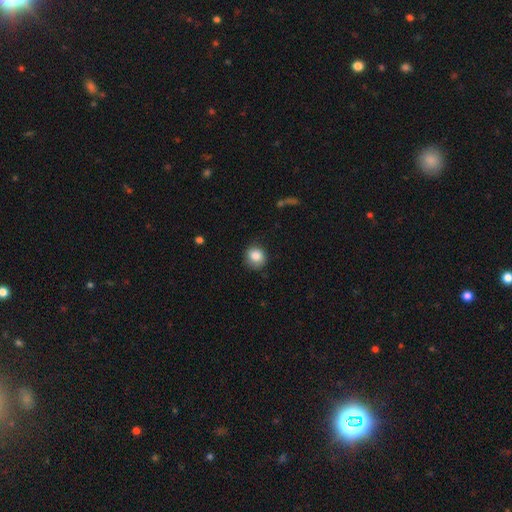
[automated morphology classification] smooth-or-featured: smooth: 85% | star or artifact: 9% | featured or disk: 6%
  how-rounded: round: 83% | in between: 16% | cigar-shaped: 1%
  merging: none: 78% | minor disturbance: 17% | major disturbance: 4% | merger: 1%